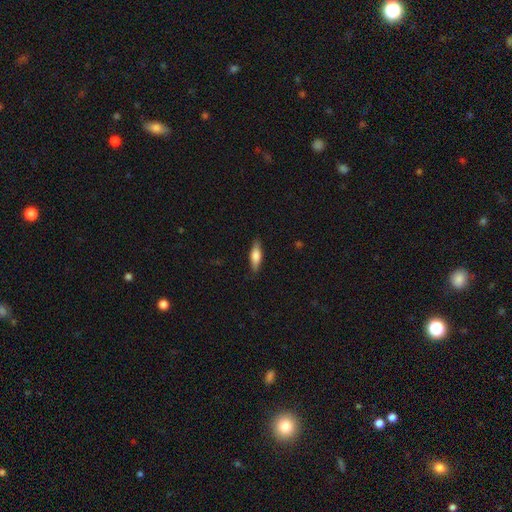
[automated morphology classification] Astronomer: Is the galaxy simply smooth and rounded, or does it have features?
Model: smooth — 68%.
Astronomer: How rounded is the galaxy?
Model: in between — 49%, tied with cigar-shaped at 49%.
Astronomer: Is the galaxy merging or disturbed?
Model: none — 85%.